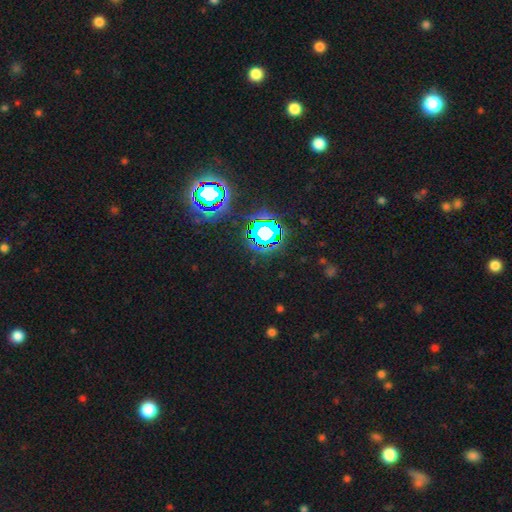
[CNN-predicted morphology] Q: Smooth or featured?
A: star or artifact (80%); runner-up: smooth (12%)